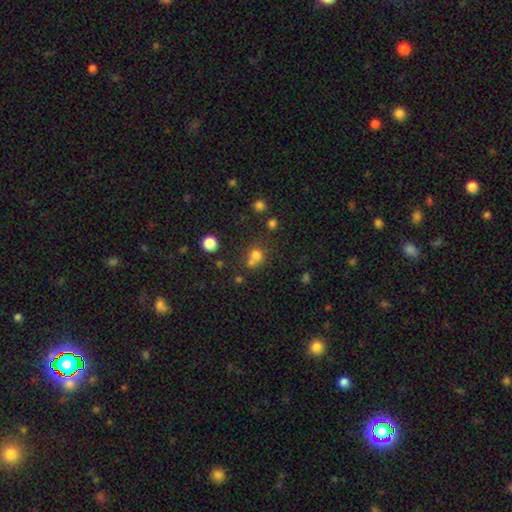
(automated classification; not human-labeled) Smooth or featured? smooth (73%)
How rounded? round (77%)
Merging? none (45%)